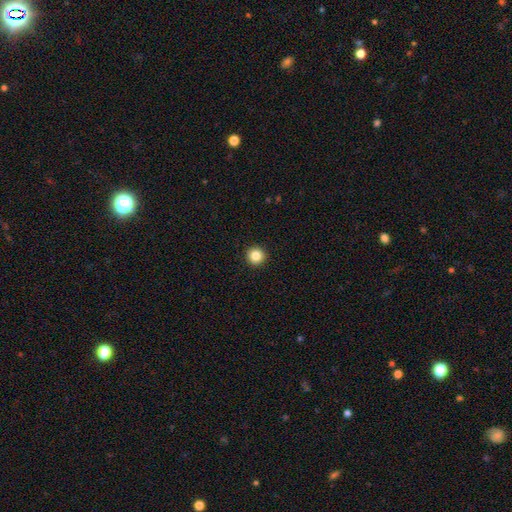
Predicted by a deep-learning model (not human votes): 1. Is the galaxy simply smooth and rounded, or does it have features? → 85% smooth, 11% star or artifact, 5% featured or disk.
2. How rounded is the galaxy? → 96% round, 3% in between, 1% cigar-shaped.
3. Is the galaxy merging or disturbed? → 94% none, 4% minor disturbance, 1% major disturbance, 1% merger.